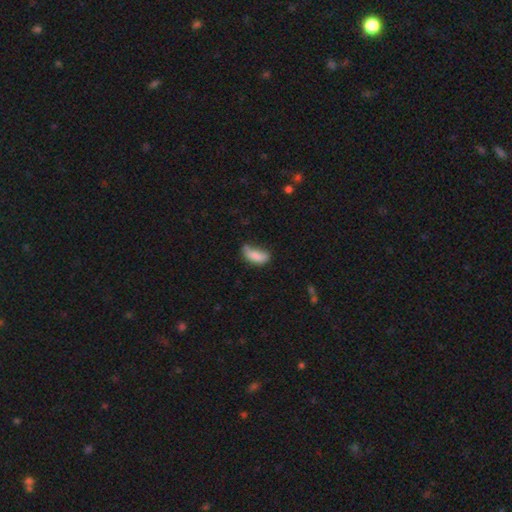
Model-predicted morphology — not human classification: A smooth galaxy with no disk features (81%) that is in between round and cigar-shaped (86%).

Vote fractions:
- Smooth or featured? smooth: 81% / featured or disk: 10% / star or artifact: 9%
- How rounded? in between: 86% / cigar-shaped: 10% / round: 3%
- Merging? none: 39% / minor disturbance: 35% / major disturbance: 17% / merger: 9%